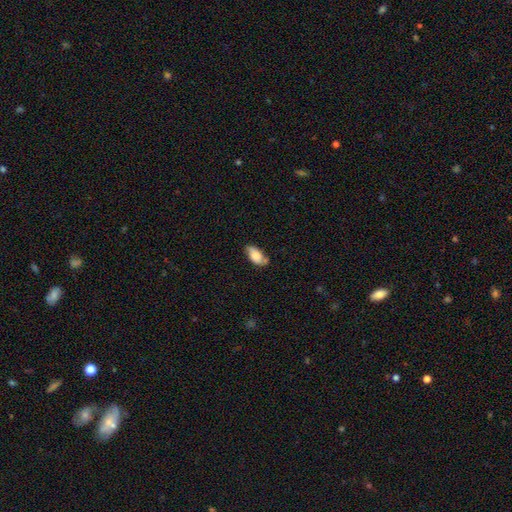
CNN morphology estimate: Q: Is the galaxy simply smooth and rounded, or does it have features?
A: smooth — 77%.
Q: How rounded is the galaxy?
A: in between — 93%.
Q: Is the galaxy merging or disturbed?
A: none — 59%.